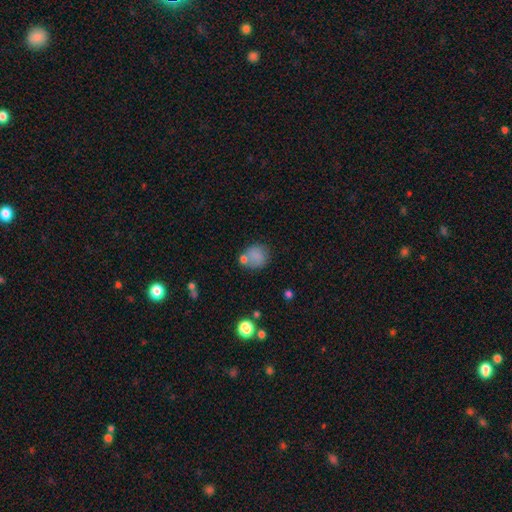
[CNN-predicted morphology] smooth 78%, star or artifact 12%, featured or disk 10%. Down the decision tree: how rounded — round (80%); merging — none (60%).